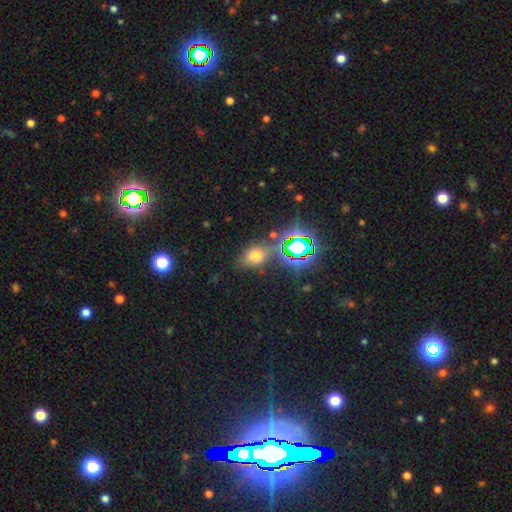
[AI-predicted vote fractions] Smooth or featured? smooth (57%)
How rounded? in between (67%)
Merging? none (69%)